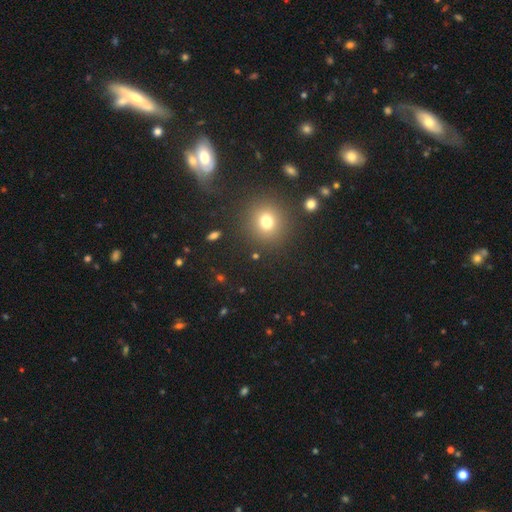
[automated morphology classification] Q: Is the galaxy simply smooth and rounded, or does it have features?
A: smooth — 59%.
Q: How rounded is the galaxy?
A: round — 83%.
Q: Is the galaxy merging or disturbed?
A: none — 85%.